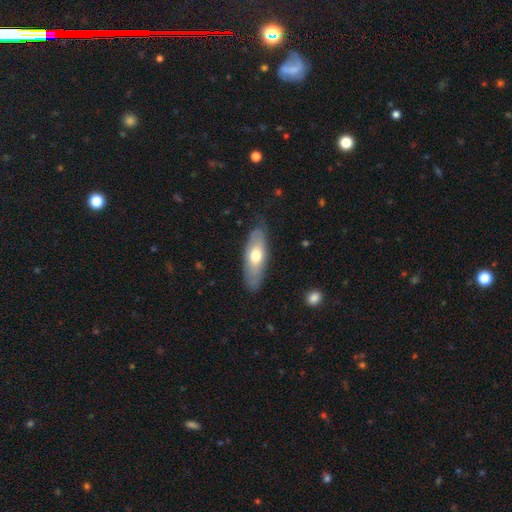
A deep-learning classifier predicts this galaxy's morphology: smooth_or_featured: smooth (p=0.59) [alt: featured or disk p=0.35]
how_rounded: in between (p=0.66) [alt: cigar-shaped p=0.32]
merging: none (p=0.80) [alt: minor disturbance p=0.16]